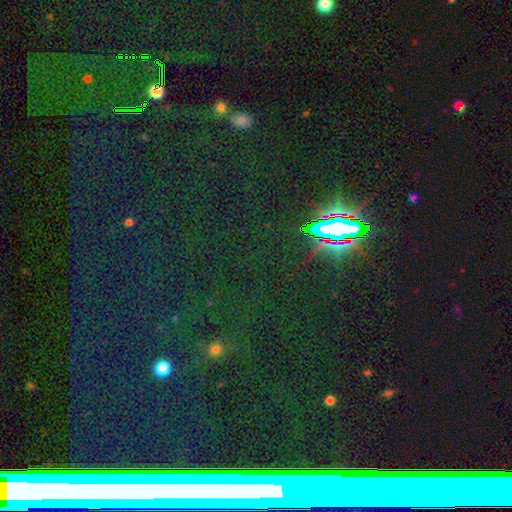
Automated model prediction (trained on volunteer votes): smooth_or_featured: star or artifact (p=0.80) [alt: smooth p=0.11]